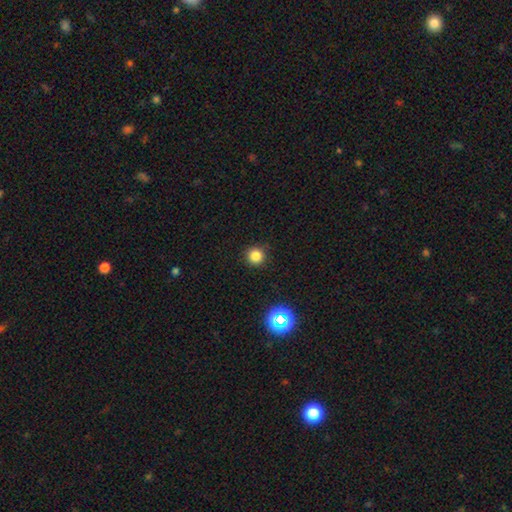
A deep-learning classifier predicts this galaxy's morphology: A smooth galaxy with no disk features (82%) that is round (95%). Merging: none (91%).